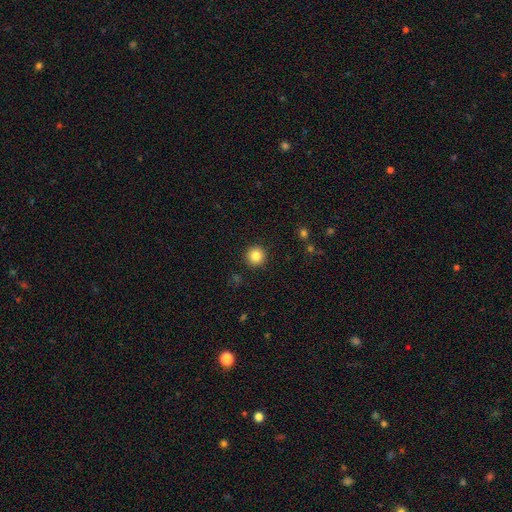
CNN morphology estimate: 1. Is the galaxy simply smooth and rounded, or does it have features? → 84% smooth, 10% star or artifact, 5% featured or disk.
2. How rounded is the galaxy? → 95% round, 4% in between, 1% cigar-shaped.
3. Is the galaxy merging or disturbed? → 93% none, 5% minor disturbance, 2% major disturbance, 1% merger.